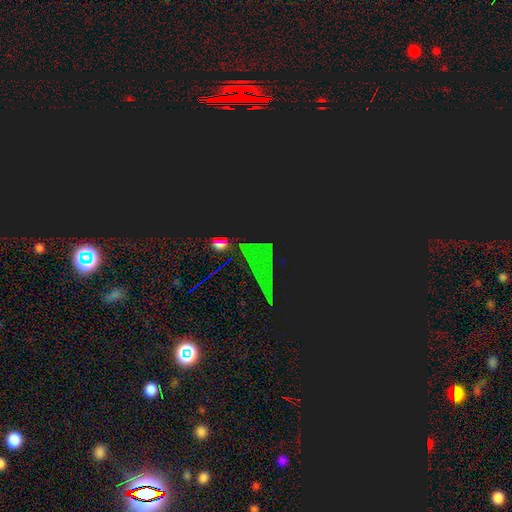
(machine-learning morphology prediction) Overall: star or artifact (80%).